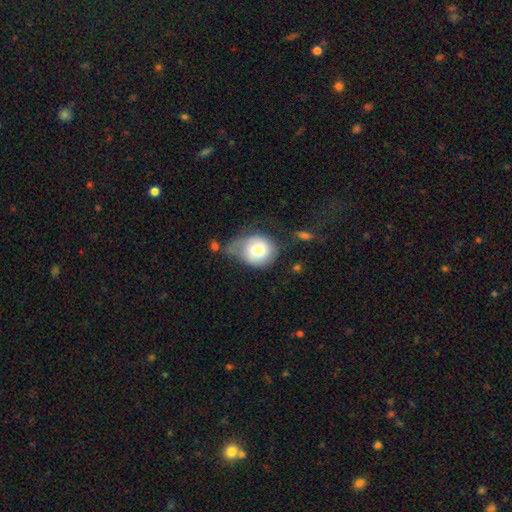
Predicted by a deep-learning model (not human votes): This appears to be a smooth galaxy with no disk features (69%) that is round (71%). Merging: none (38%).